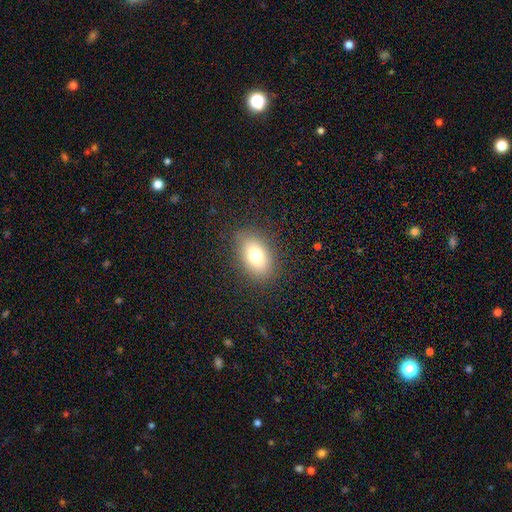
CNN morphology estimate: The model was most divided on "smooth or featured": smooth: 75%, featured or disk: 14%, star or artifact: 11%. More confident: merging — none (86%); how rounded — in between (84%).